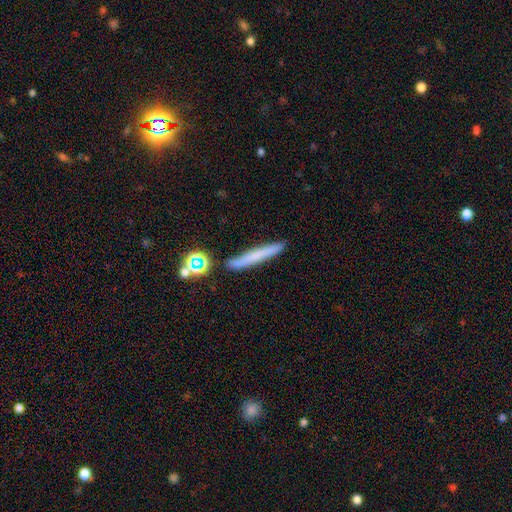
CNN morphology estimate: smooth 62%, featured or disk 27%, star or artifact 10%. Down the decision tree: how rounded — cigar-shaped (94%); merging — none (87%).